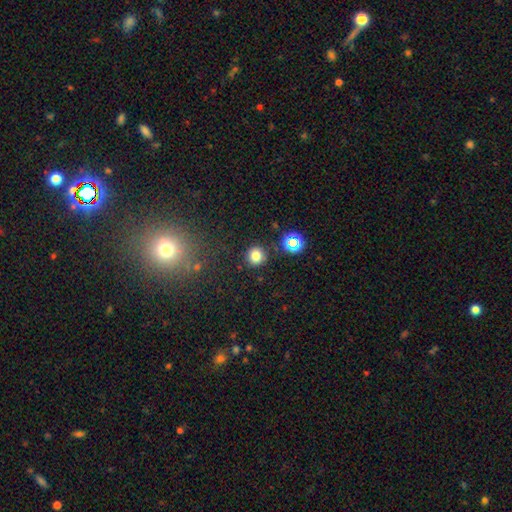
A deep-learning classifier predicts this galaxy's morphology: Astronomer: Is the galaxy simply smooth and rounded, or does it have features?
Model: smooth — 77%.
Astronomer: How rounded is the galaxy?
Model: round — 91%.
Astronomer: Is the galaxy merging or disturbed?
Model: none — 87%.